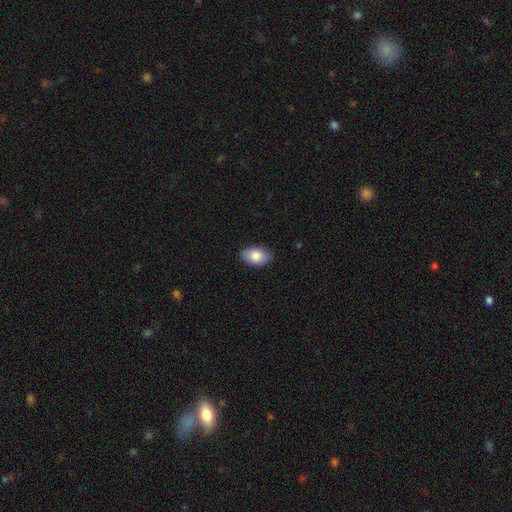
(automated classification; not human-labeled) The model was most divided on "smooth or featured": smooth: 83%, featured or disk: 11%, star or artifact: 7%. More confident: how rounded — in between (91%); merging — none (88%).